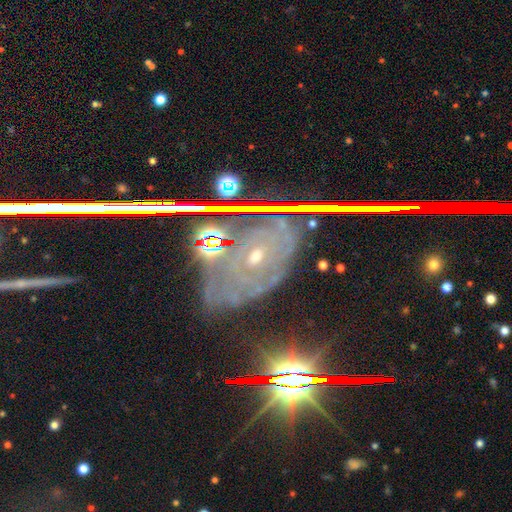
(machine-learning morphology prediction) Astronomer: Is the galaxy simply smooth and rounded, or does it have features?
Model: featured or disk — 62%.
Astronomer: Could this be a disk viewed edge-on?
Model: no — 87%.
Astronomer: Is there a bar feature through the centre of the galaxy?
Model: no — 75%.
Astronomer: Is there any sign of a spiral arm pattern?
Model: yes — 79%.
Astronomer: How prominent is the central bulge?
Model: small — 69%.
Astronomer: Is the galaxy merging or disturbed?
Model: none — 74%.